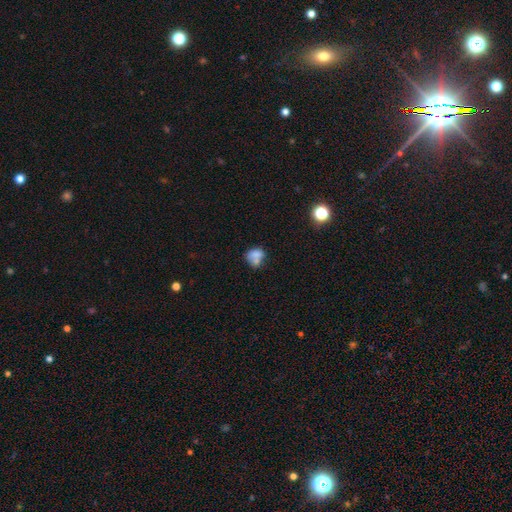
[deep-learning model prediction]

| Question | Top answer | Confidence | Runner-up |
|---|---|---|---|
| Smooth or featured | smooth | 71% | featured or disk (18%) |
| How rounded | round | 54% | in between (45%) |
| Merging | merger | 42% | none (33%) |